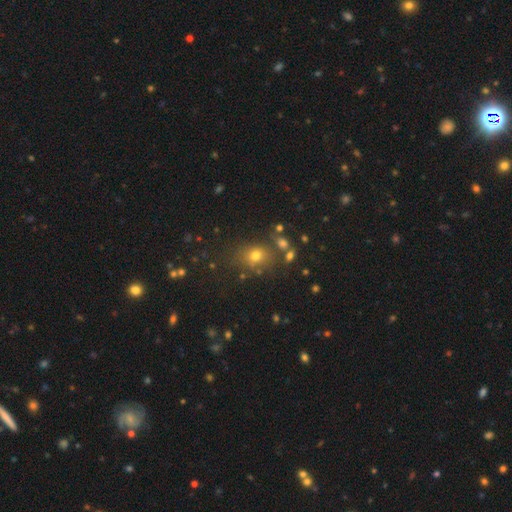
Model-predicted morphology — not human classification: smooth 69%, star or artifact 21%, featured or disk 11%. Down the decision tree: how rounded — round (59%); merging — none (72%).